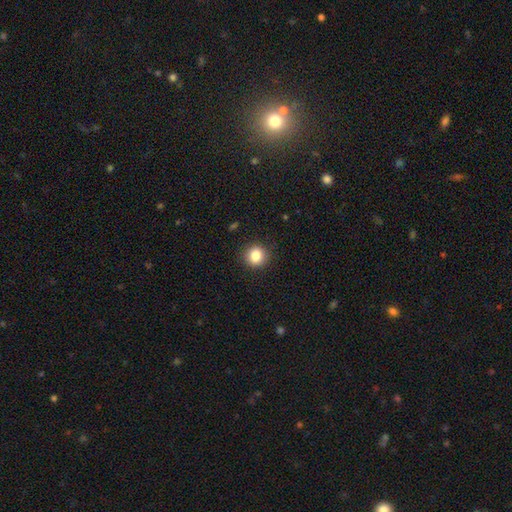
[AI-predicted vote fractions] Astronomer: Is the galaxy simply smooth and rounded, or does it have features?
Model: smooth — 84%.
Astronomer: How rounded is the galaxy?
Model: round — 88%.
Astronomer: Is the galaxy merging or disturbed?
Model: none — 90%.